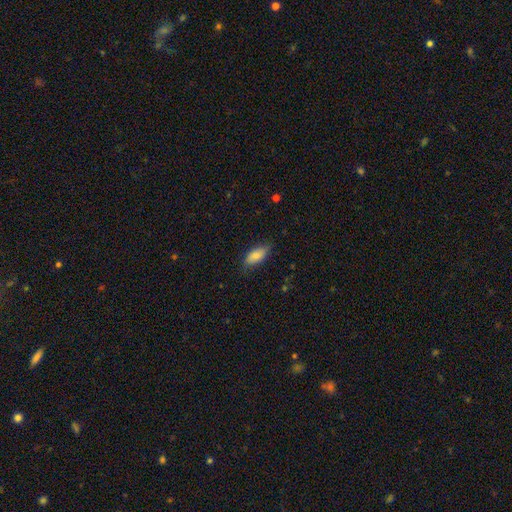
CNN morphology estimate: This appears to be a smooth galaxy with no disk features (82%) that is in between round and cigar-shaped (86%). Merging: none (76%).